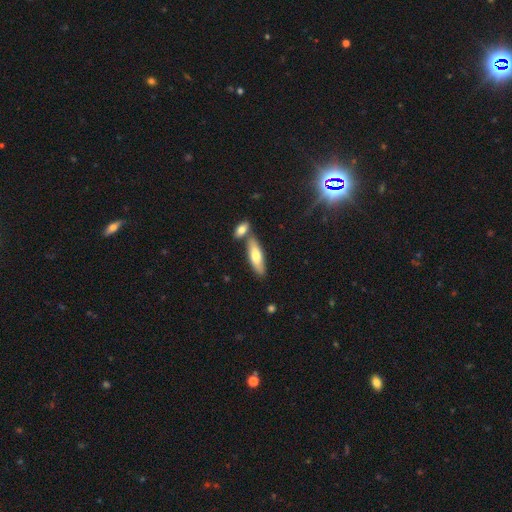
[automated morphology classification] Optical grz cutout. It shows a smooth galaxy with no disk features (69%) that is cigar-shaped (51%). Merging: none (66%).